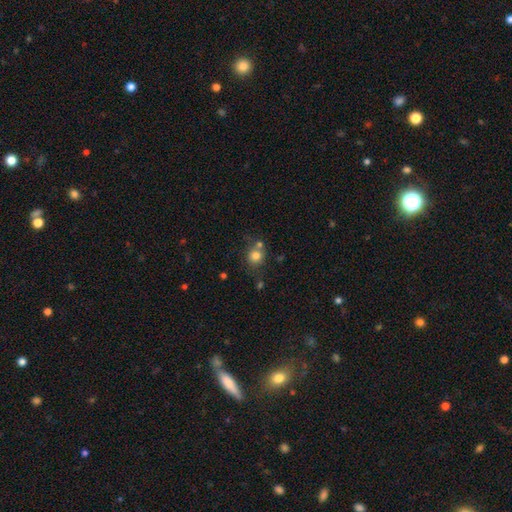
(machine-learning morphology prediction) Smooth or featured? Predicted: smooth (p=0.79). How rounded? Predicted: round (p=0.83). Merging? Predicted: none (p=0.62).